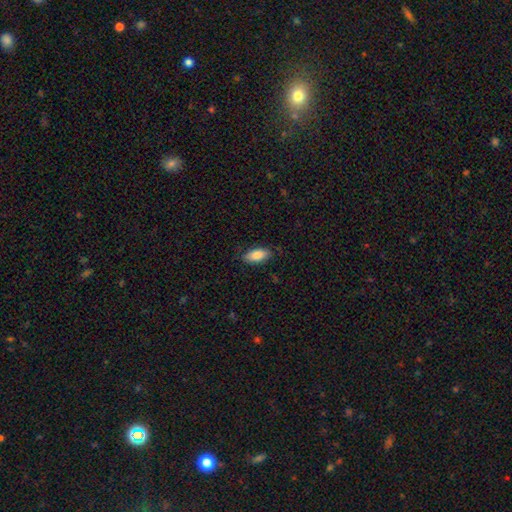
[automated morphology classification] This is clearly a smooth galaxy (85%). How rounded: clearly in between (89%). Merging: clearly none (82%).